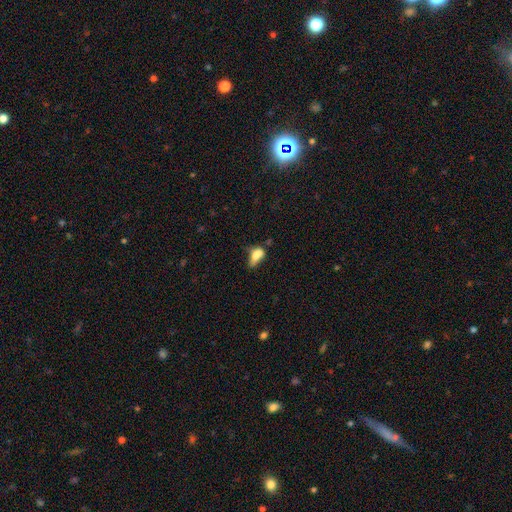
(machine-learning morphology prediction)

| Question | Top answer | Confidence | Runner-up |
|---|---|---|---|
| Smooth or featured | smooth | 72% | featured or disk (17%) |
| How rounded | in between | 84% | cigar-shaped (8%) |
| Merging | minor disturbance | 32% | major disturbance (27%) |